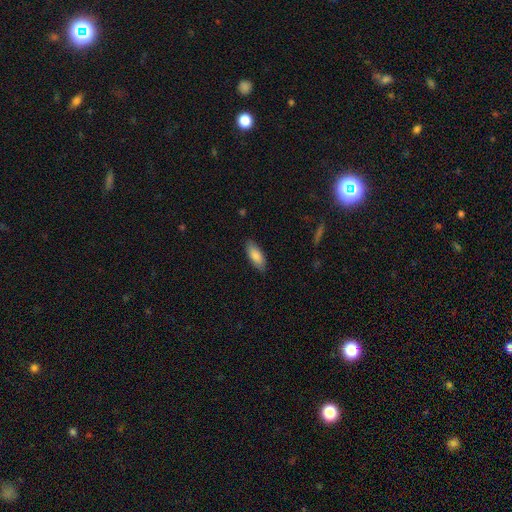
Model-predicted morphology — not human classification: This appears to be a smooth galaxy with no disk features (85%) that is in between round and cigar-shaped (79%). Merging: none (86%).